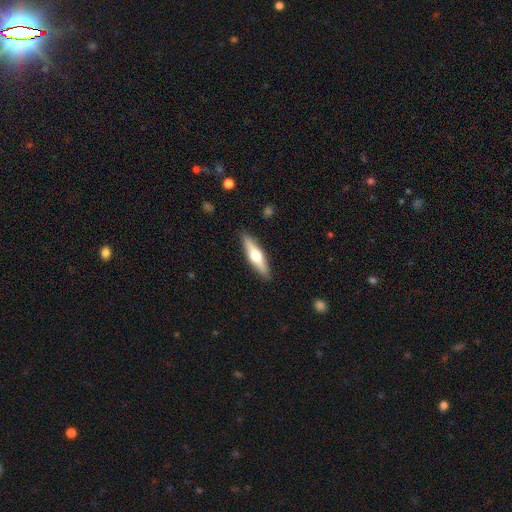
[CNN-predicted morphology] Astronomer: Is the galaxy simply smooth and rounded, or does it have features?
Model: featured or disk — 52% (runner-up: smooth, 43%).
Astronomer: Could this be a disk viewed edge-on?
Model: yes — 93%.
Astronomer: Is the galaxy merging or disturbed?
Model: none — 90%.